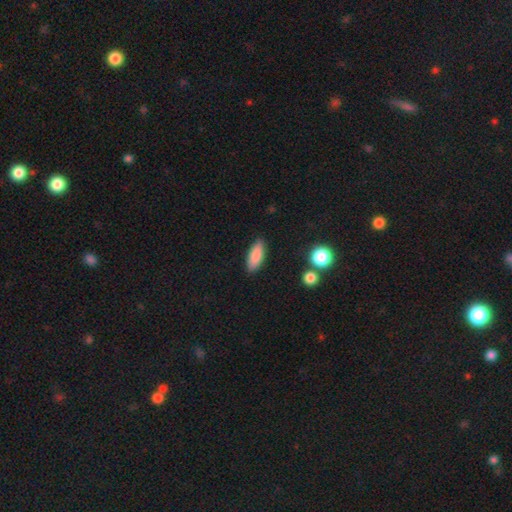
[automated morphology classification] Smooth or featured? Predicted: smooth (p=0.86). How rounded? Predicted: in between (p=0.71). Merging? Predicted: none (p=0.86).